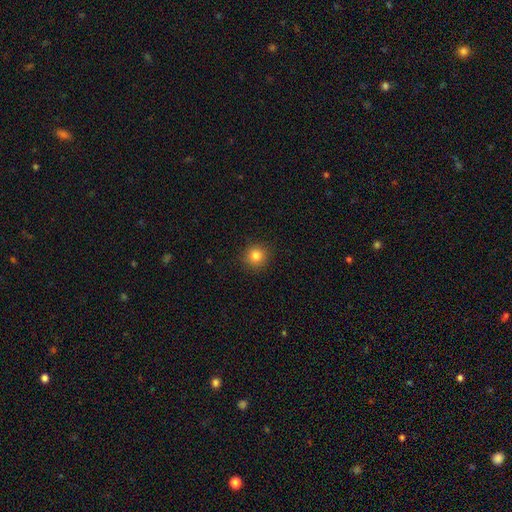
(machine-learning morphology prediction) A smooth galaxy with no disk features (83%) that is round (93%).

Vote fractions:
- Smooth or featured? smooth: 83% / star or artifact: 12% / featured or disk: 6%
- How rounded? round: 93% / in between: 6% / cigar-shaped: 1%
- Merging? none: 91% / minor disturbance: 6% / major disturbance: 2% / merger: 1%